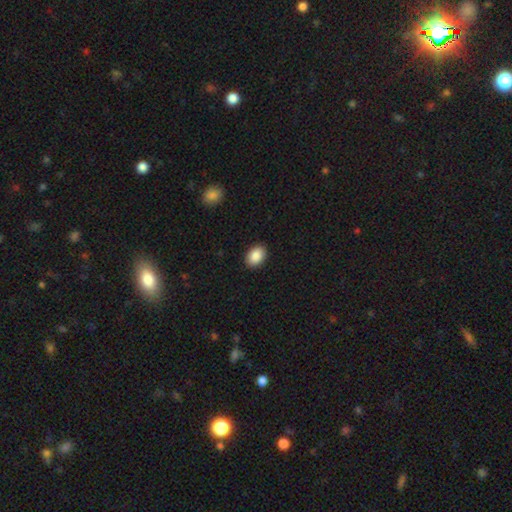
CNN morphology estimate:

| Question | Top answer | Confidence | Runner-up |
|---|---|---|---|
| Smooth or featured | smooth | 89% | star or artifact (7%) |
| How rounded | in between | 82% | round (17%) |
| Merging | none | 90% | minor disturbance (7%) |